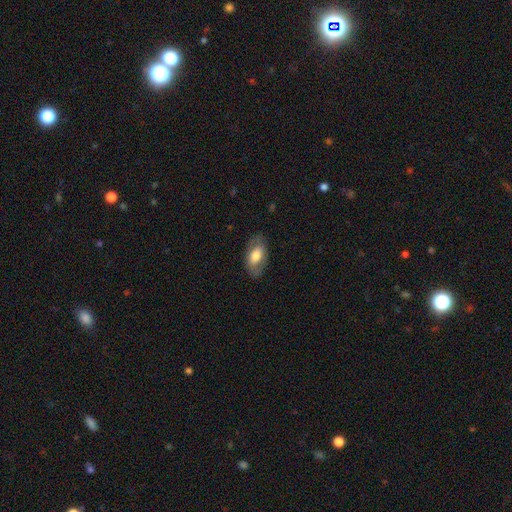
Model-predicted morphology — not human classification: smooth 59%, featured or disk 34%, star or artifact 6%. Down the decision tree: how rounded — in between (92%); merging — none (77%).